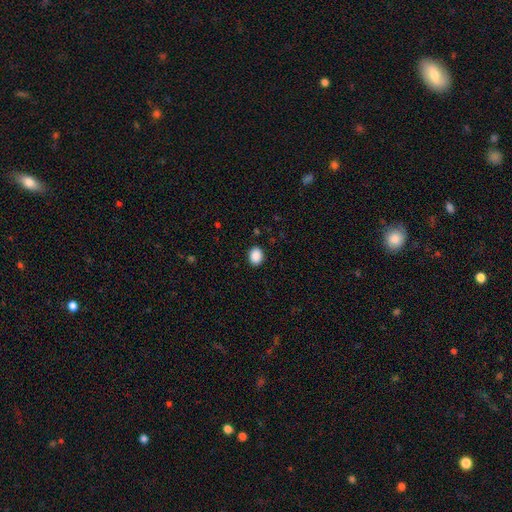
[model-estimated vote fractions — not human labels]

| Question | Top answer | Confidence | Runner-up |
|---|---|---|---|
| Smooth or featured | smooth | 90% | star or artifact (8%) |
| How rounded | in between | 54% | round (45%) |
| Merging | none | 89% | minor disturbance (7%) |